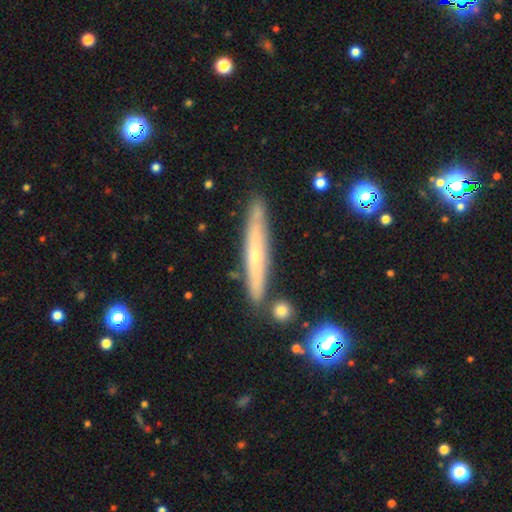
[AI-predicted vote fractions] This appears to be a featured or disk galaxy (58%) viewed edge-on (87%). Merging: none (84%).